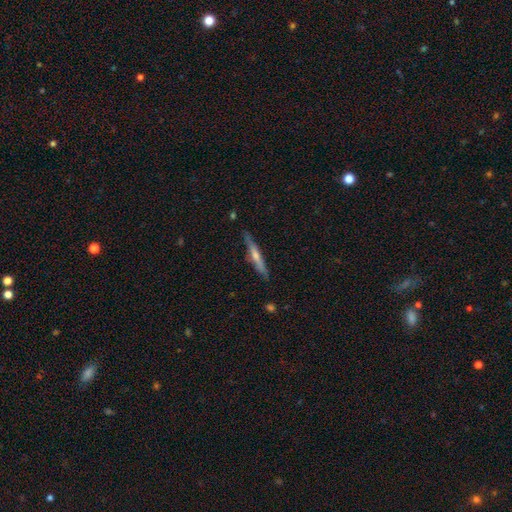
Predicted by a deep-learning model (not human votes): This is likely a featured or disk galaxy (63%). It is clearly viewed edge-on (96%). Edge-on bulge: likely rounded (75%). Merging: clearly none (86%).